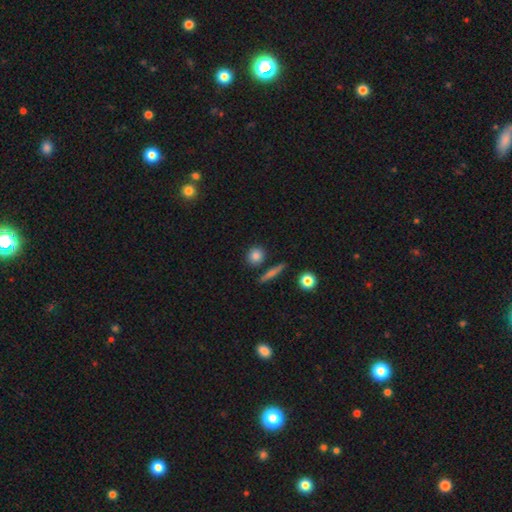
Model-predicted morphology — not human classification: A smooth galaxy with no disk features (84%) that is round (81%).

Vote fractions:
- Smooth or featured? smooth: 84% / star or artifact: 9% / featured or disk: 7%
- How rounded? round: 81% / in between: 14% / cigar-shaped: 4%
- Merging? none: 84% / minor disturbance: 8% / merger: 6% / major disturbance: 2%